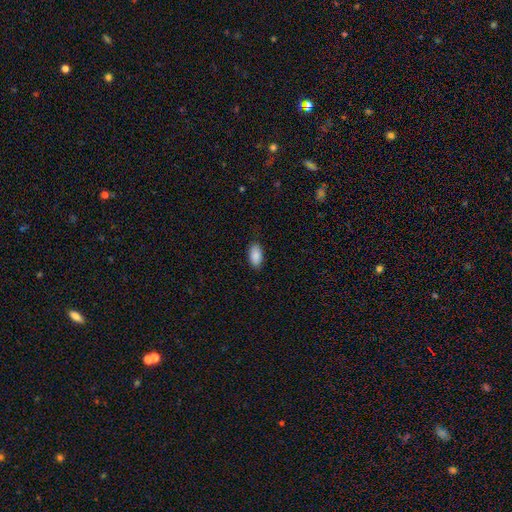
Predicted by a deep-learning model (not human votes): Overall: smooth (90%). How rounded: in between (94%). Merging: none (86%).